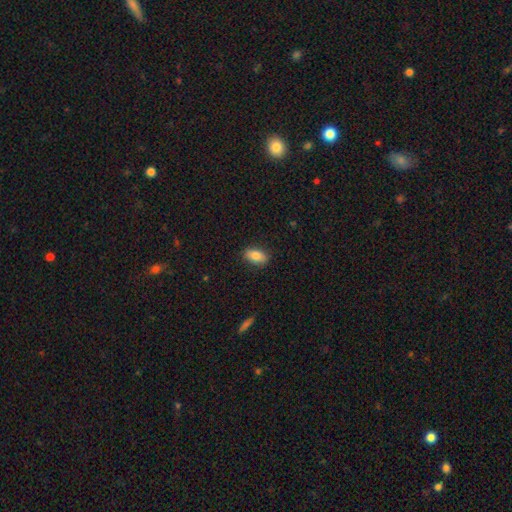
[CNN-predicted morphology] A smooth galaxy with no disk features (84%) that is in between round and cigar-shaped (90%). Merging: none (87%).